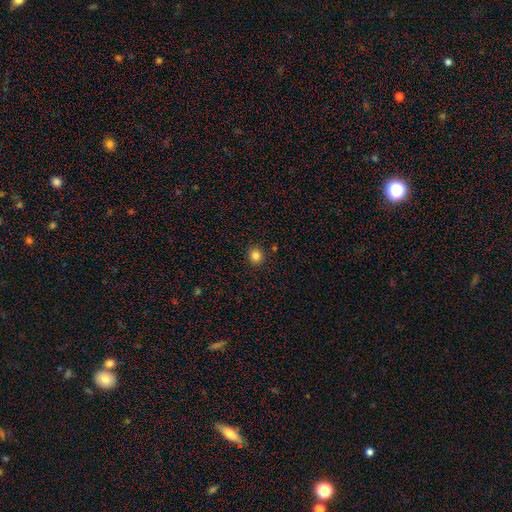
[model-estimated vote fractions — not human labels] A smooth galaxy with no disk features (84%) that is round (89%).

Vote fractions:
- Smooth or featured? smooth: 84% / star or artifact: 12% / featured or disk: 4%
- How rounded? round: 89% / in between: 10% / cigar-shaped: 1%
- Merging? none: 90% / minor disturbance: 6% / merger: 2% / major disturbance: 2%